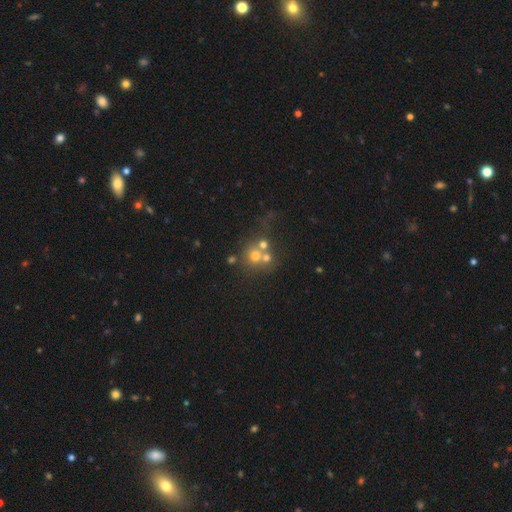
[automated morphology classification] smooth 58%, featured or disk 23%, star or artifact 20%. Down the decision tree: how rounded — round (86%); merging — none (43%).